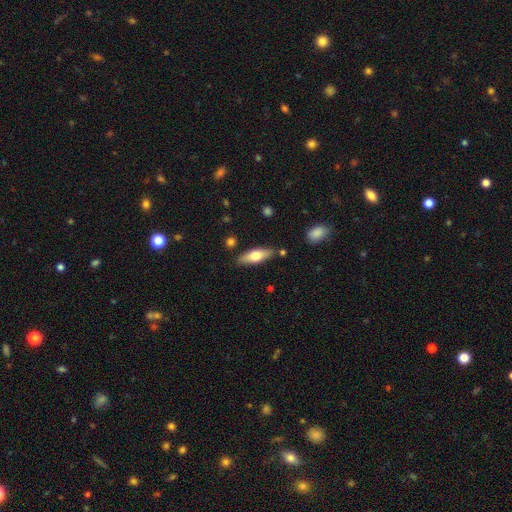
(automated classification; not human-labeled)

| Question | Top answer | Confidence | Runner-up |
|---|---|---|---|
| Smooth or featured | smooth | 62% | featured or disk (32%) |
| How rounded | in between | 59% | cigar-shaped (39%) |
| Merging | none | 83% | minor disturbance (11%) |